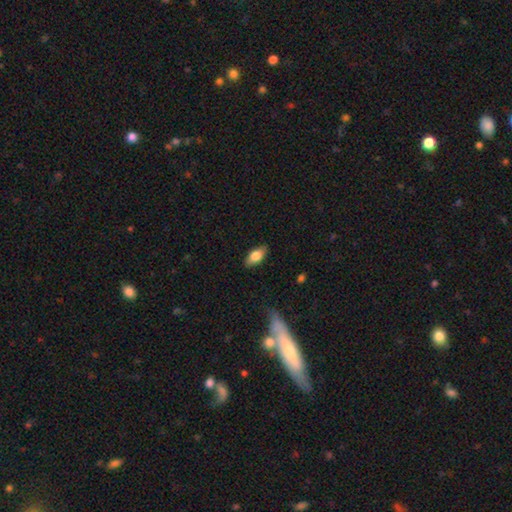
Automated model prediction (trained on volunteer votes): This appears to be a smooth galaxy with no disk features (75%) that is in between round and cigar-shaped (86%). Merging: none (84%).